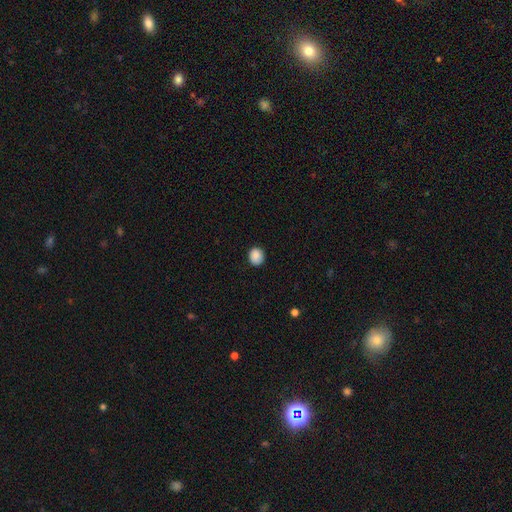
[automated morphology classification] smooth-or-featured: smooth: 88% | star or artifact: 8% | featured or disk: 3%
  how-rounded: round: 72% | in between: 27% | cigar-shaped: 1%
  merging: none: 86% | minor disturbance: 11% | major disturbance: 2% | merger: 1%